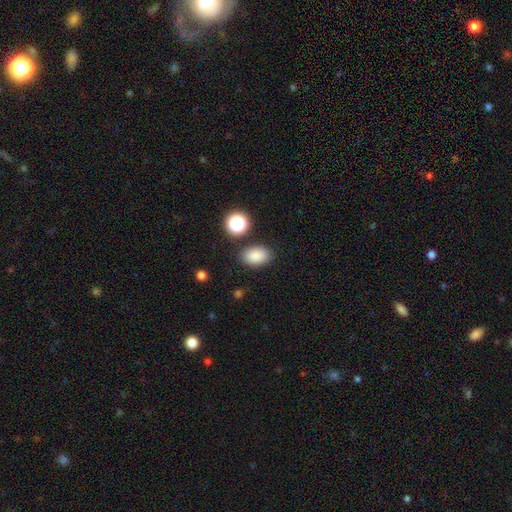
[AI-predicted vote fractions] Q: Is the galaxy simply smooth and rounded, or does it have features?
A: smooth — 85%.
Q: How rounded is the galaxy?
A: in between — 87%.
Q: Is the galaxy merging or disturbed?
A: none — 83%.